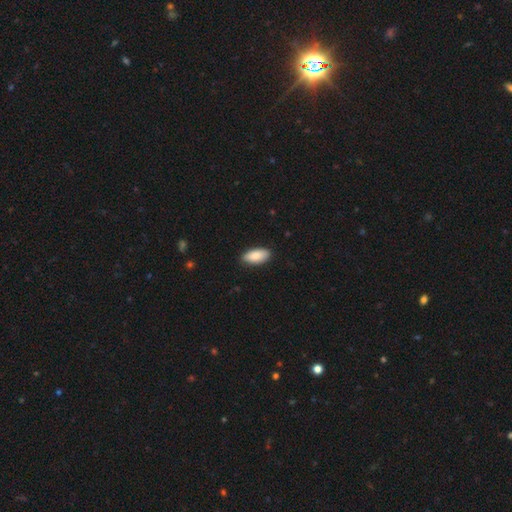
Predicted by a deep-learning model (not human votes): Q: Smooth or featured?
A: smooth (86%); runner-up: featured or disk (8%)
Q: How rounded?
A: in between (91%); runner-up: cigar-shaped (7%)
Q: Merging?
A: none (86%); runner-up: minor disturbance (11%)